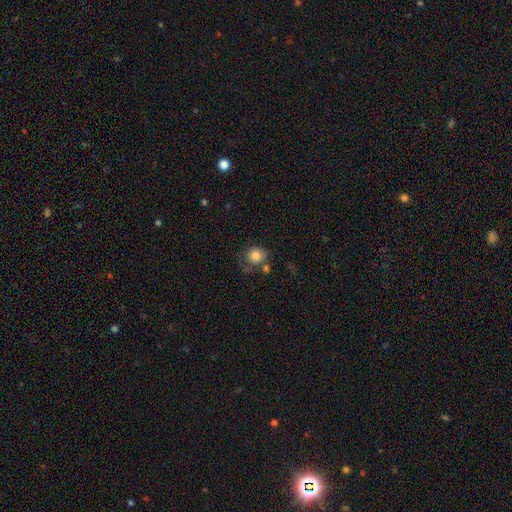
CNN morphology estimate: smooth 77%, featured or disk 14%, star or artifact 9%. Down the decision tree: how rounded — round (76%); merging — none (52%).